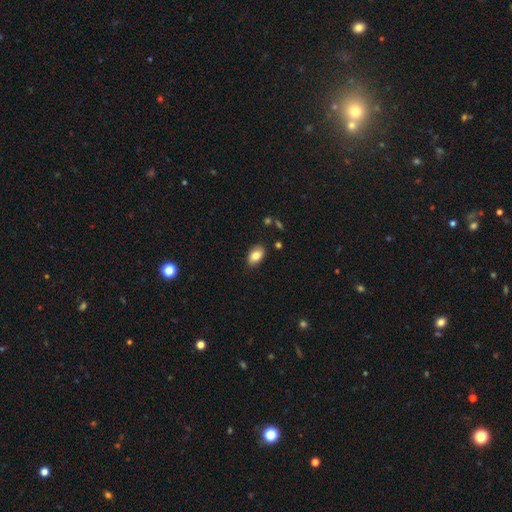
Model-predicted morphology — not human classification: Q: Smooth or featured?
A: smooth (83%); runner-up: featured or disk (9%)
Q: How rounded?
A: in between (91%); runner-up: round (8%)
Q: Merging?
A: none (84%); runner-up: minor disturbance (13%)